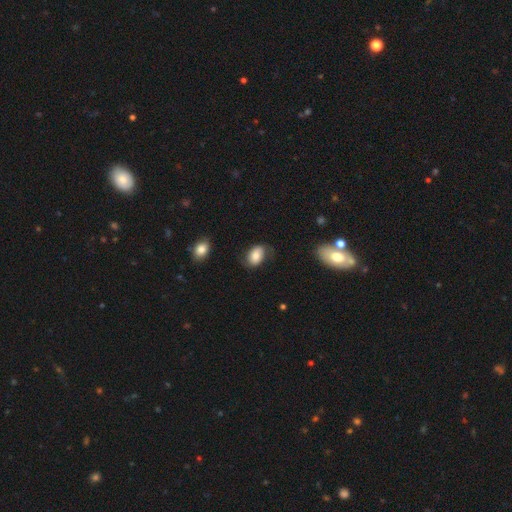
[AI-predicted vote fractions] A smooth galaxy with no disk features (74%) that is in between round and cigar-shaped (83%). Merging: none (63%).